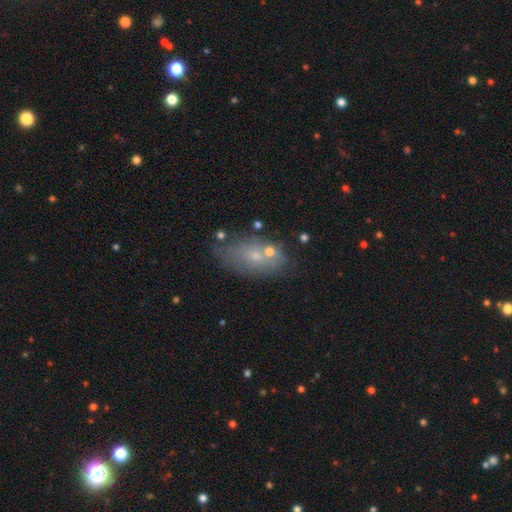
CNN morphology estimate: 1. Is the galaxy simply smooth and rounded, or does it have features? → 54% smooth, 29% featured or disk, 16% star or artifact.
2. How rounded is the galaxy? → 85% in between, 9% round, 6% cigar-shaped.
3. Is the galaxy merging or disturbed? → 59% none, 20% minor disturbance, 12% merger, 9% major disturbance.